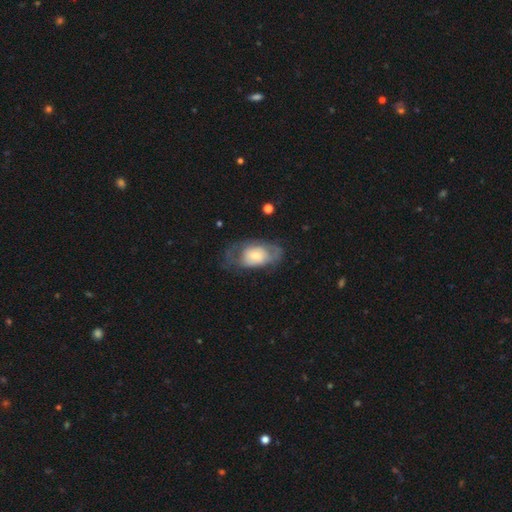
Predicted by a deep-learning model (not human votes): Smooth or featured: featured or disk — 48% (smooth — 45%)
Merging: none — 44% (major disturbance — 28%)